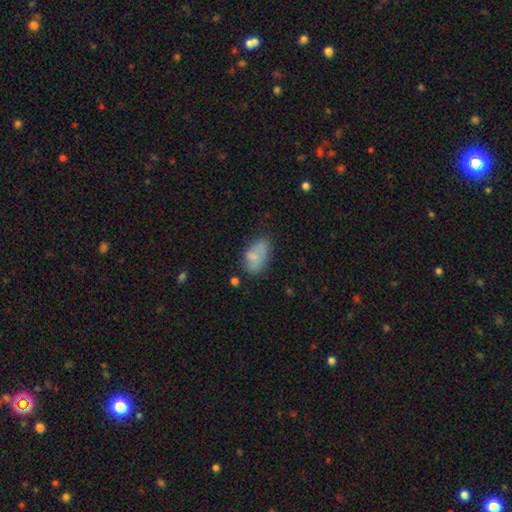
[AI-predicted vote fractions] A smooth galaxy with no disk features (76%) that is in between round and cigar-shaped (91%). Merging: none (51%).